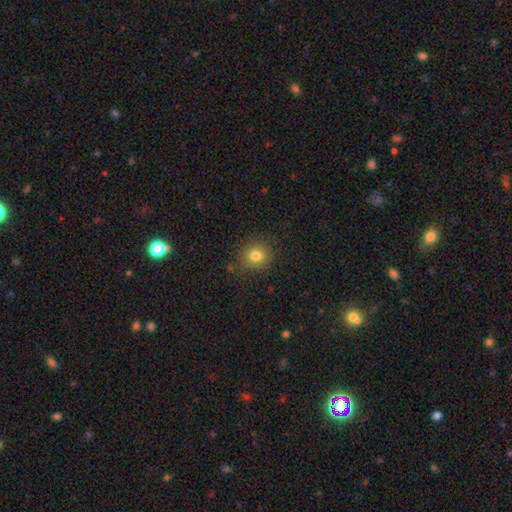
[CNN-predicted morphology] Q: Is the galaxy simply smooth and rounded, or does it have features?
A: smooth — 79%.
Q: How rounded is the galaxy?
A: round — 83%.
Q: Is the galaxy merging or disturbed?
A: none — 86%.